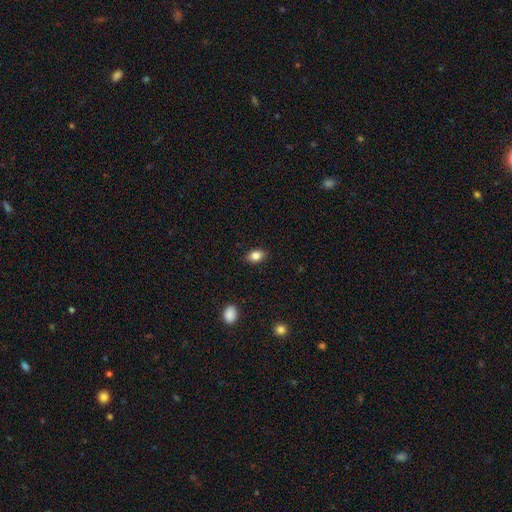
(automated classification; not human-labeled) smooth 84%, star or artifact 9%, featured or disk 7%. Down the decision tree: how rounded — in between (81%); merging — none (88%).